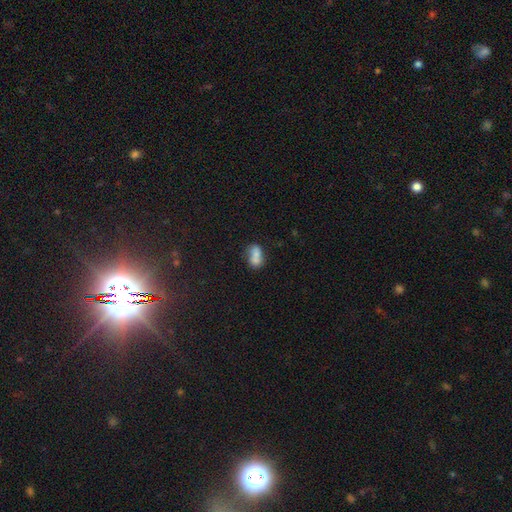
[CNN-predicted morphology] Overall: smooth (71%). How rounded: in between (71%). Merging: merger (60%; none 25%).